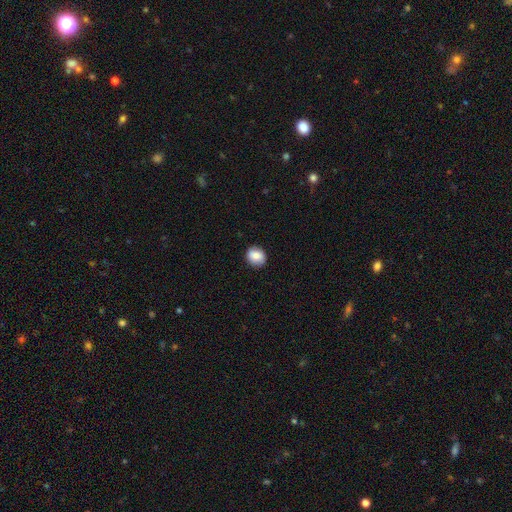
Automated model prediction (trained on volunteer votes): A smooth galaxy with no disk features (80%) that is round (74%).

Vote fractions:
- Smooth or featured? smooth: 80% / featured or disk: 12% / star or artifact: 8%
- How rounded? round: 74% / in between: 25% / cigar-shaped: 1%
- Merging? none: 87% / minor disturbance: 10% / major disturbance: 2% / merger: 1%